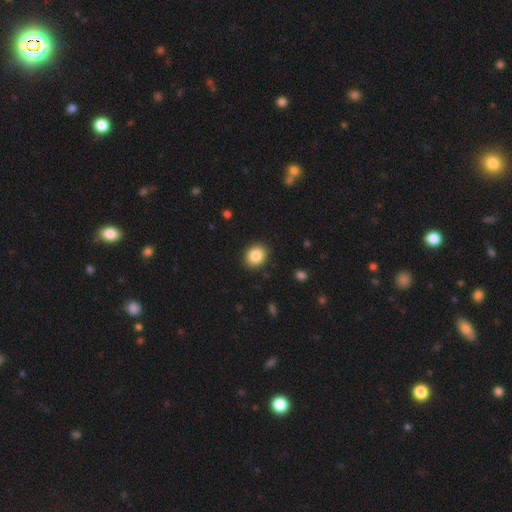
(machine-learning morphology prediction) smooth_or_featured: smooth (p=0.86) [alt: star or artifact p=0.09]
how_rounded: round (p=0.59) [alt: in between p=0.40]
merging: none (p=0.90) [alt: minor disturbance p=0.07]